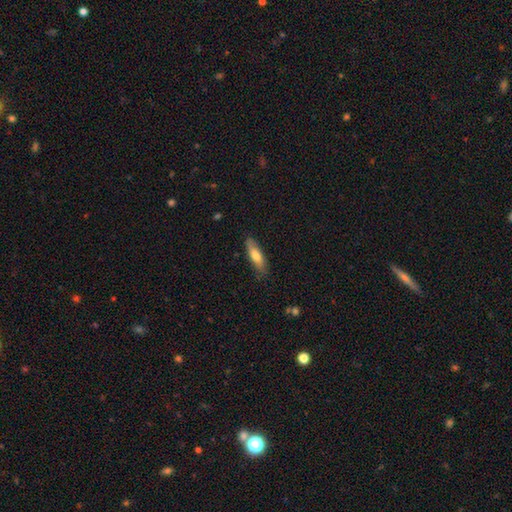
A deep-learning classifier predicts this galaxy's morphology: smooth 68%, featured or disk 26%, star or artifact 6%. Down the decision tree: how rounded — cigar-shaped (58%); merging — none (83%).